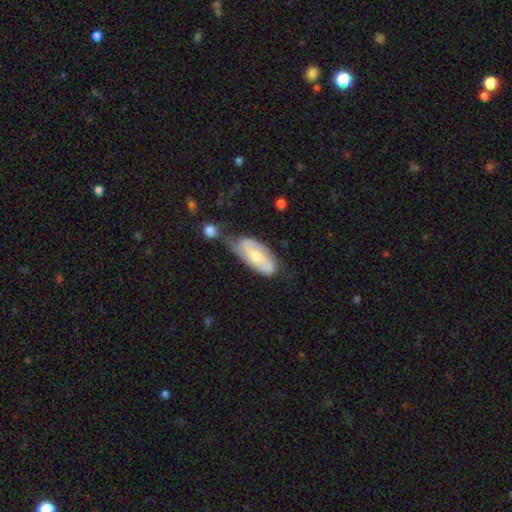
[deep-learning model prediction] A featured or disk galaxy (64%) with no bar (48%), 2 (68%) tight (42%) spiral arms (87%) and a small central bulge (47%). Merging: none (42%).